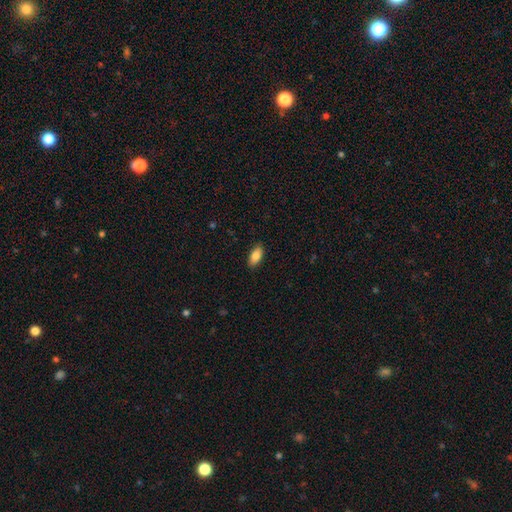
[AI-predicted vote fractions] A smooth galaxy with no disk features (86%) that is in between round and cigar-shaped (90%).

Vote fractions:
- Smooth or featured? smooth: 86% / featured or disk: 7% / star or artifact: 7%
- How rounded? in between: 90% / cigar-shaped: 7% / round: 3%
- Merging? none: 88% / minor disturbance: 9% / major disturbance: 2% / merger: 1%